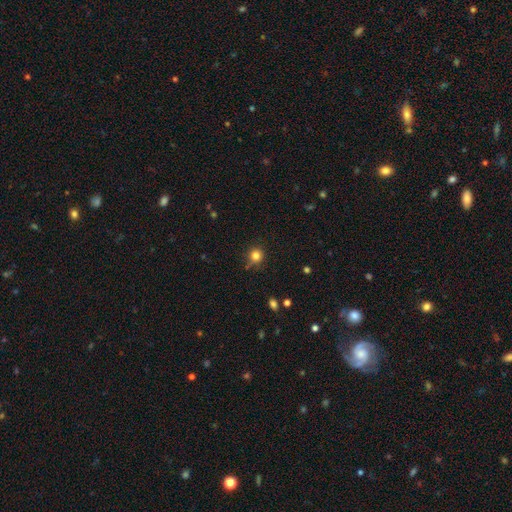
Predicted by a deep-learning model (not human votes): A smooth galaxy with no disk features (81%) that is round (91%). Merging: none (76%).